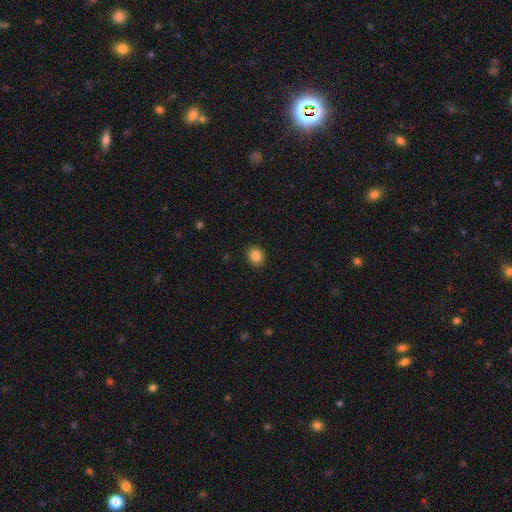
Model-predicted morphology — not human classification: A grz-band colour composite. It shows a smooth galaxy with no disk features (86%) that is round (63%). Merging: none (90%).